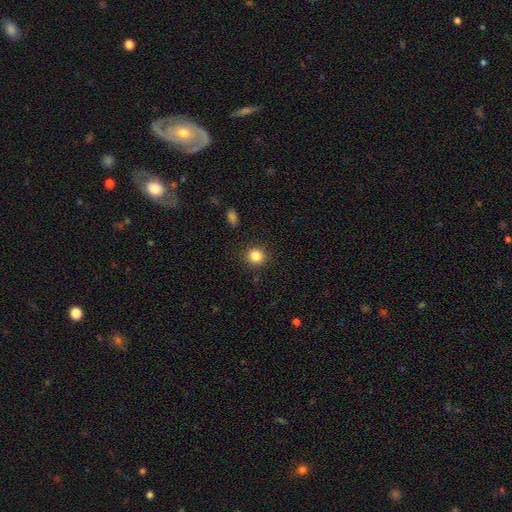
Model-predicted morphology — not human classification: A smooth galaxy with no disk features (84%) that is round (89%).

Vote fractions:
- Smooth or featured? smooth: 84% / star or artifact: 11% / featured or disk: 5%
- How rounded? round: 89% / in between: 10% / cigar-shaped: 1%
- Merging? none: 90% / minor disturbance: 6% / major disturbance: 2% / merger: 1%